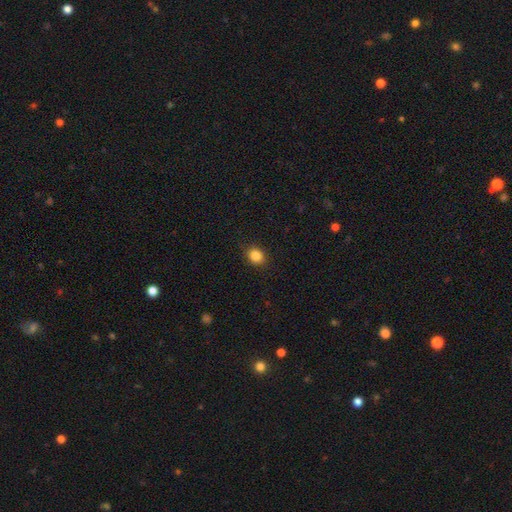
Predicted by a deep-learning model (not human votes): Overall: smooth (85%). How rounded: round (73%). Merging: none (89%).